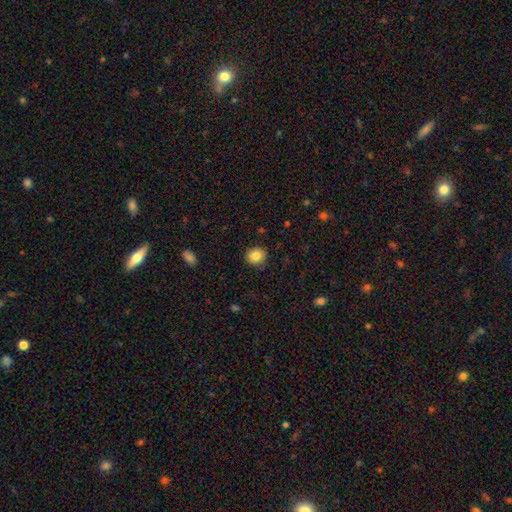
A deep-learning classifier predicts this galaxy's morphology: smooth 85%, star or artifact 10%, featured or disk 6%. Down the decision tree: how rounded — round (83%); merging — none (89%).